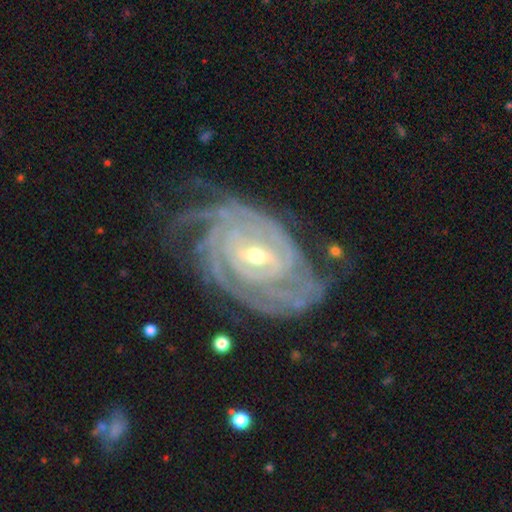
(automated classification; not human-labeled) Smooth or featured? Predicted: featured or disk (p=0.92). Edge-on disk? Predicted: no (p=0.97). Bar? Predicted: weak (p=0.43). Spiral arms? Predicted: yes (p=0.98). Spiral winding? Predicted: tight (p=0.81). Spiral arm count? Predicted: 4 (p=0.28). Bulge size? Predicted: small (p=0.53). Merging? Predicted: none (p=0.66).